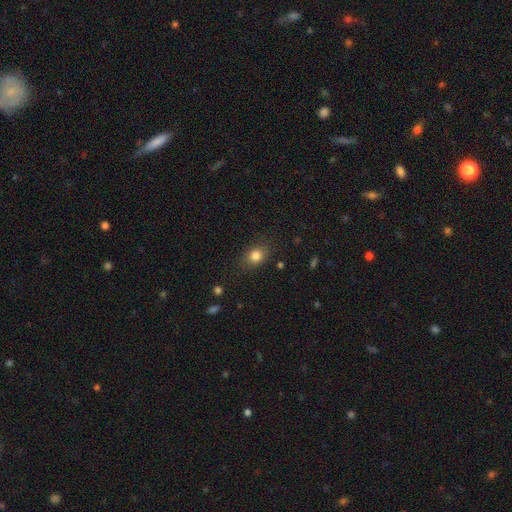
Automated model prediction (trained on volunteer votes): Overall: smooth (82%). How rounded: round (50%; in between 48%). Merging: none (81%).